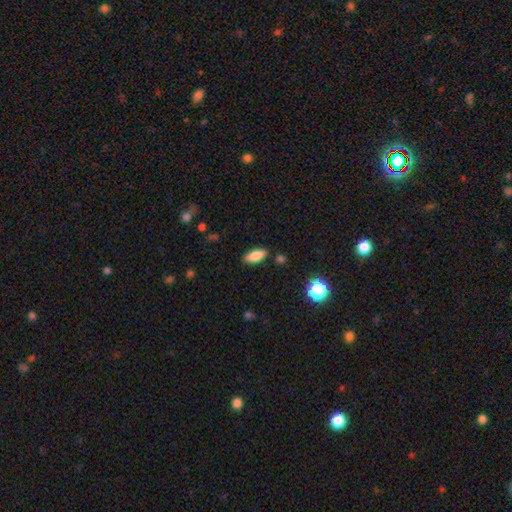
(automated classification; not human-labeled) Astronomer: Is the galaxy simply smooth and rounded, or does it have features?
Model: smooth — 81%.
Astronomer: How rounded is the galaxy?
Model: in between — 83%.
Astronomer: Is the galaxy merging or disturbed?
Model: none — 86%.